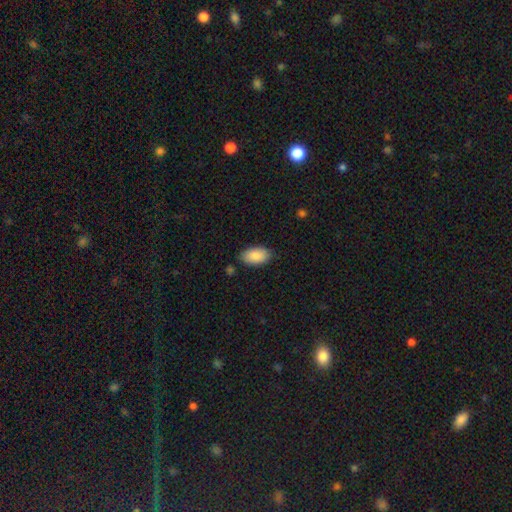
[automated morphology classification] Smooth or featured? Predicted: smooth (p=0.87). How rounded? Predicted: in between (p=0.95). Merging? Predicted: none (p=0.83).